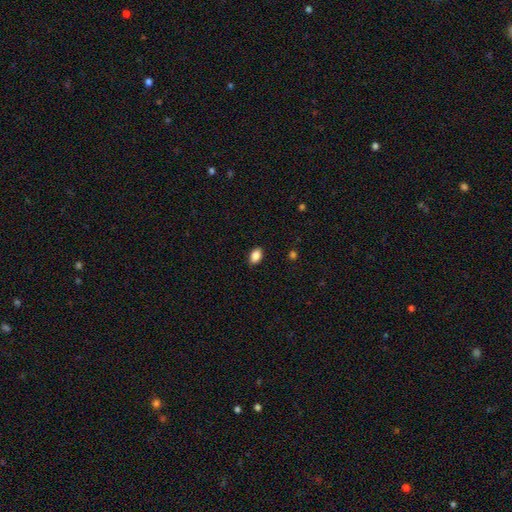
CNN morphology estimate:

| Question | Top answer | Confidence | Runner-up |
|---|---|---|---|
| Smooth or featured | smooth | 87% | star or artifact (8%) |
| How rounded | in between | 87% | round (11%) |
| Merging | none | 88% | minor disturbance (9%) |